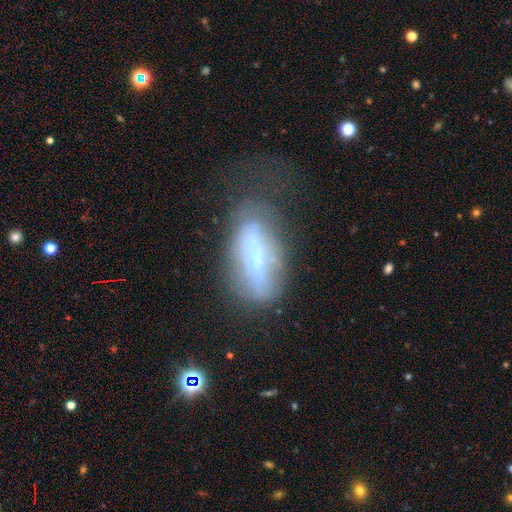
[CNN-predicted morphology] type=smooth (46%); merging=major disturbance (33%).